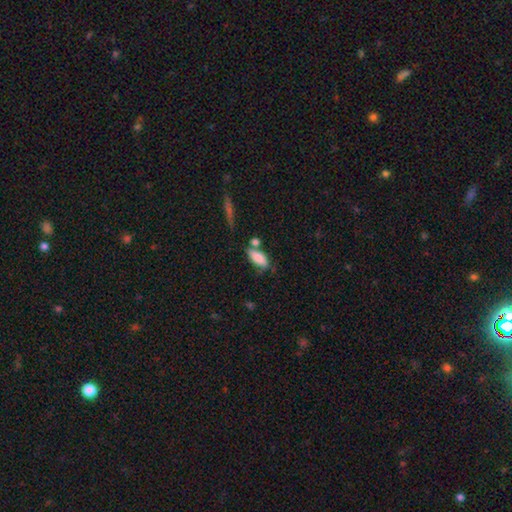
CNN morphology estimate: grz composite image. It shows a smooth galaxy with no disk features (80%) that is in between round and cigar-shaped (82%). Merging: none (55%).